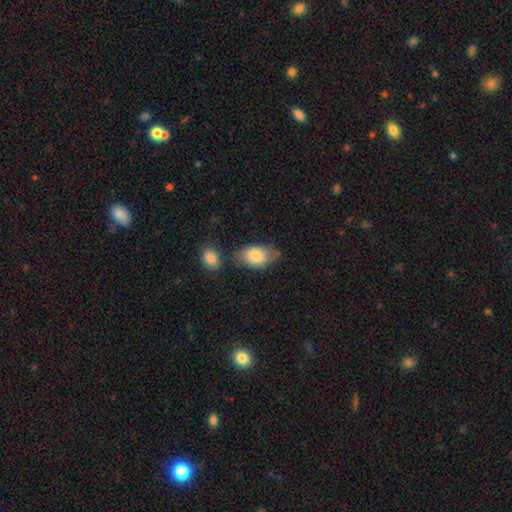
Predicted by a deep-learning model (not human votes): Q: Smooth or featured?
A: smooth (82%); runner-up: featured or disk (12%)
Q: How rounded?
A: in between (90%); runner-up: round (9%)
Q: Merging?
A: none (55%); runner-up: minor disturbance (23%)